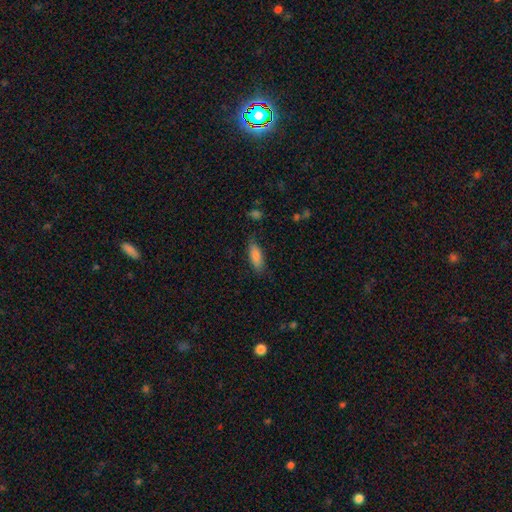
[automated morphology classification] Smooth or featured? Predicted: smooth (p=0.83). How rounded? Predicted: in between (p=0.62). Merging? Predicted: none (p=0.79).